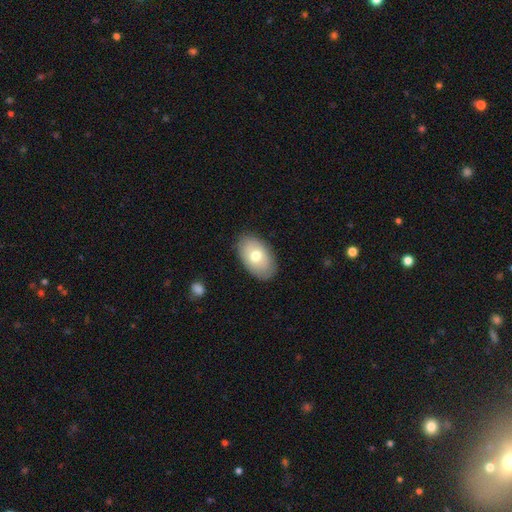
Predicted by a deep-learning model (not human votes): A smooth galaxy with no disk features (67%) that is in between round and cigar-shaped (91%). Merging: none (84%).